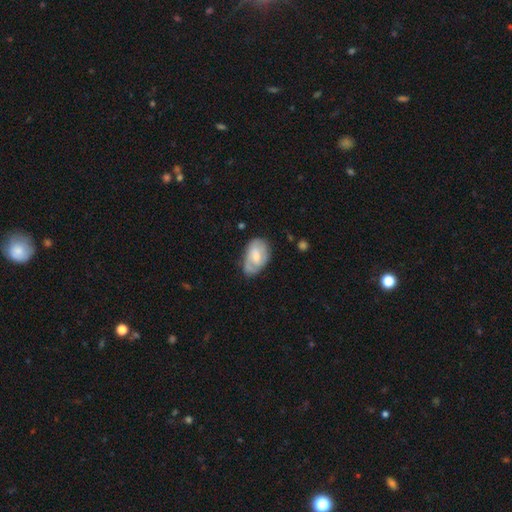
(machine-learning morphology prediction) A featured or disk galaxy (51%). Merging: none (60%).